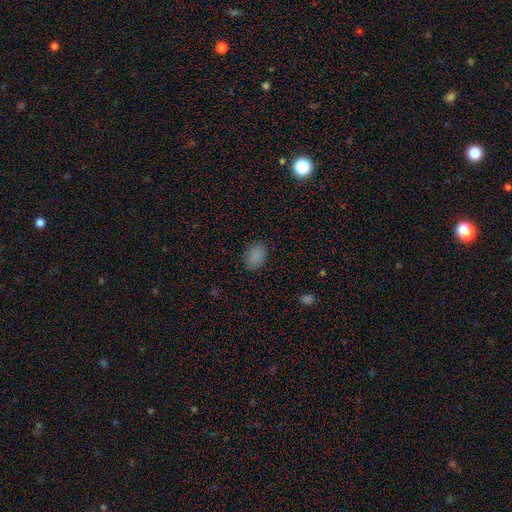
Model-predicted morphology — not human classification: smooth-or-featured: smooth: 86% | star or artifact: 11% | featured or disk: 3%
  how-rounded: in between: 80% | round: 19% | cigar-shaped: 1%
  merging: none: 86% | minor disturbance: 10% | major disturbance: 3% | merger: 1%